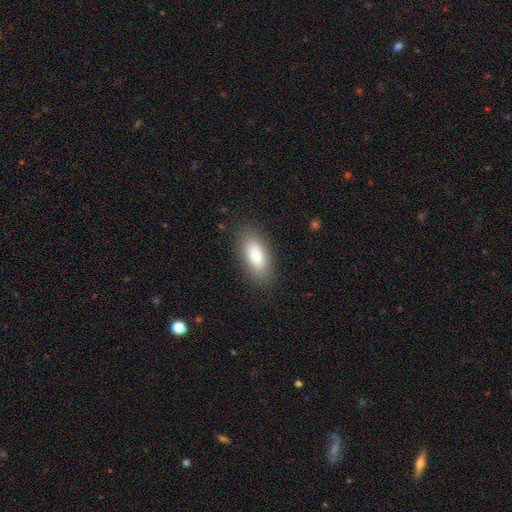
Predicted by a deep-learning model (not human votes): smooth_or_featured: smooth (p=0.83) [alt: featured or disk p=0.11]
how_rounded: in between (p=0.85) [alt: cigar-shaped p=0.12]
merging: none (p=0.84) [alt: minor disturbance p=0.11]